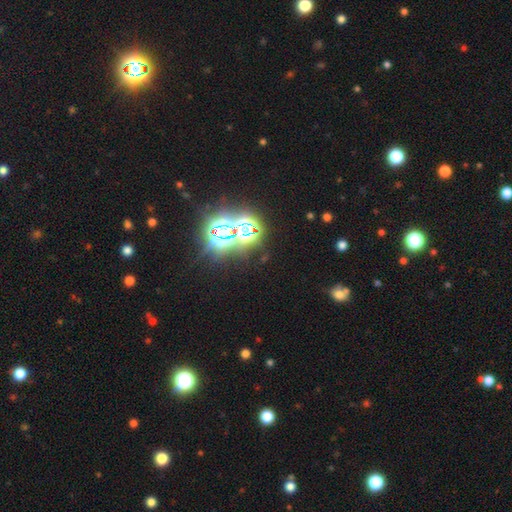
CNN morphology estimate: Overall: star or artifact (73%).